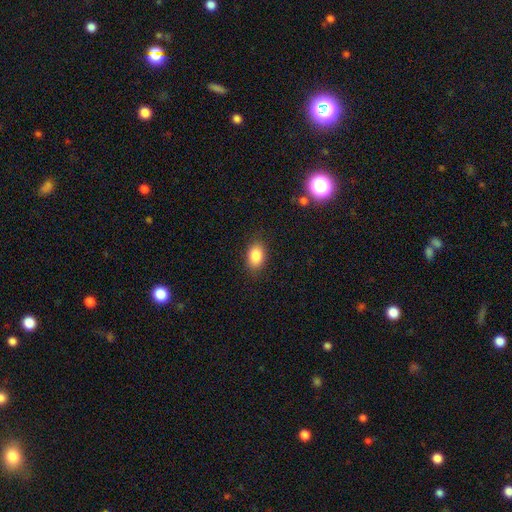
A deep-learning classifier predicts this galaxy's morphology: Overall: smooth (86%). How rounded: in between (83%). Merging: none (86%).